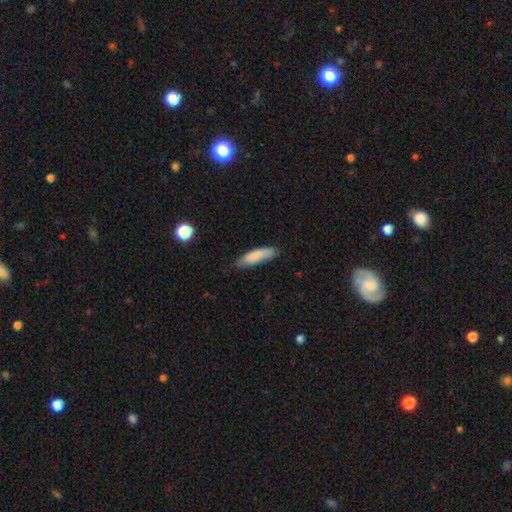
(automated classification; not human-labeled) A smooth galaxy with no disk features (83%) that is cigar-shaped (68%). Merging: none (74%).